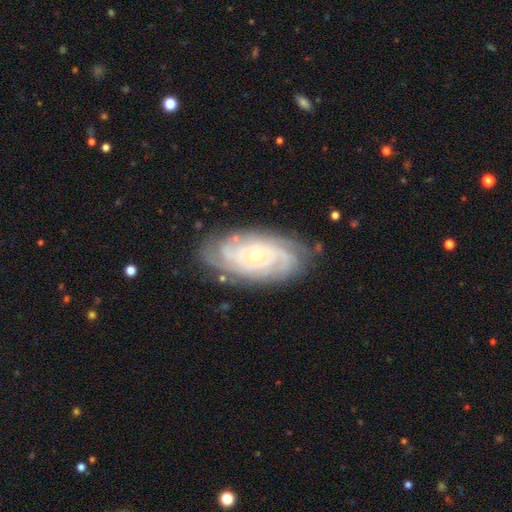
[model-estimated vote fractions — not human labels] smooth_or_featured: featured or disk (p=0.88) [alt: smooth p=0.07]
disk_edge_on: no (p=0.95) [alt: yes p=0.05]
bar: no (p=0.73) [alt: weak p=0.21]
has_spiral_arms: yes (p=0.97) [alt: no p=0.03]
spiral_winding: tight (p=0.80) [alt: medium p=0.17]
spiral_arm_count: can't tell (p=0.30) [alt: 4 p=0.21]
bulge_size: small (p=0.60) [alt: moderate p=0.37]
merging: none (p=0.80) [alt: minor disturbance p=0.15]